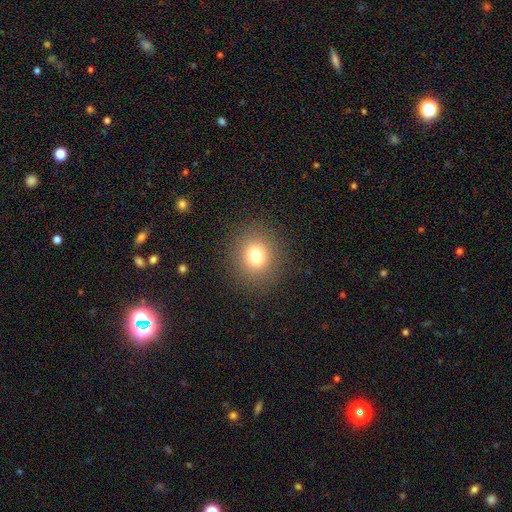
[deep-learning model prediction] This appears to be a smooth galaxy with no disk features (76%) that is round (86%). Merging: none (89%).